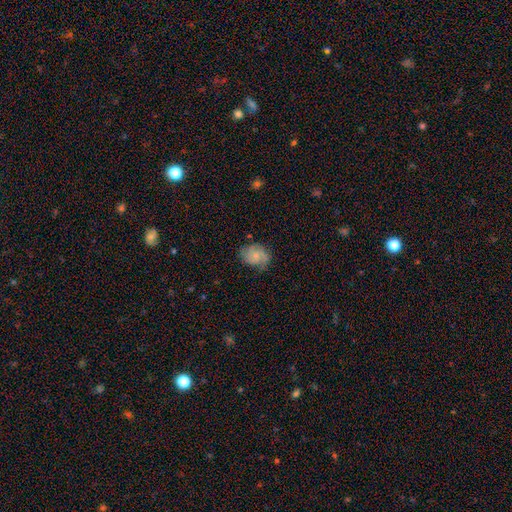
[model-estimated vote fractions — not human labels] Smooth or featured: featured or disk — 50% (smooth — 42%)
Edge-on disk: no — 97% (yes — 3%)
Merging: none — 65% (minor disturbance — 25%)